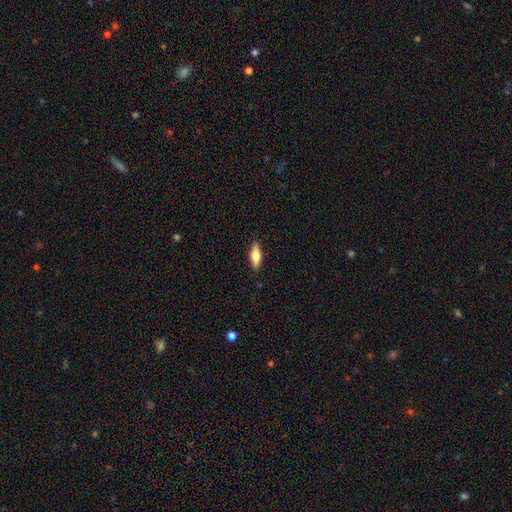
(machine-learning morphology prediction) A smooth galaxy with no disk features (63%) that is in between round and cigar-shaped (65%). Merging: none (88%).